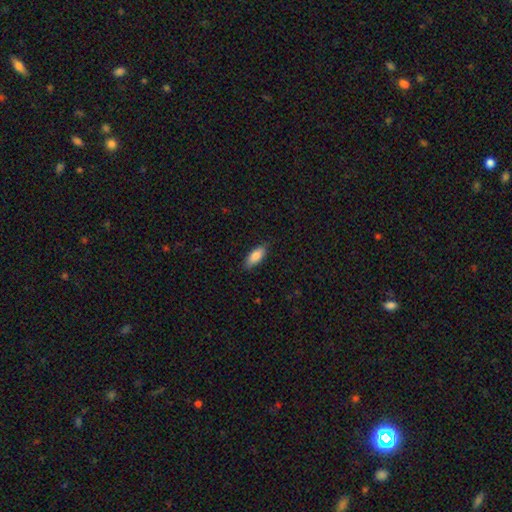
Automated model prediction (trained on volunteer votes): This is clearly a smooth galaxy (85%). How rounded: likely in between (80%). Merging: clearly none (84%).